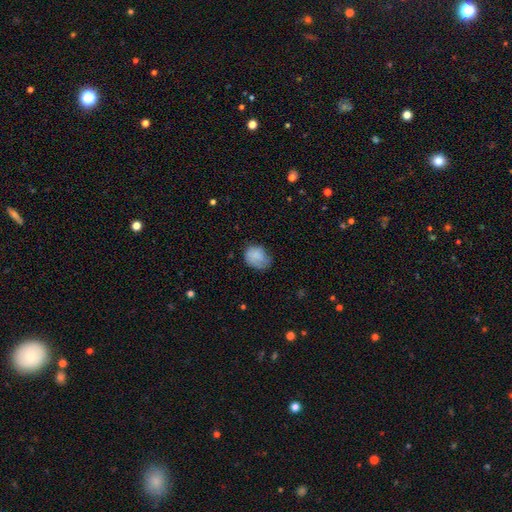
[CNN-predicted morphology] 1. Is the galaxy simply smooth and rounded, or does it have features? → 82% smooth, 10% featured or disk, 8% star or artifact.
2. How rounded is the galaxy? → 50% round, 49% in between, 1% cigar-shaped.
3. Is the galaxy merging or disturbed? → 51% none, 35% minor disturbance, 13% major disturbance, 1% merger.